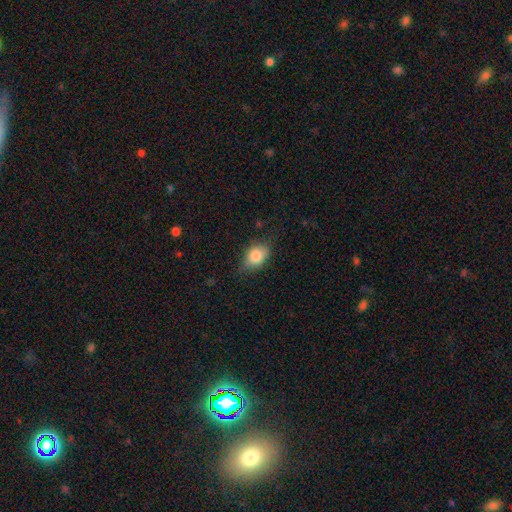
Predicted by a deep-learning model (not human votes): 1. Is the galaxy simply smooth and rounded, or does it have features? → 80% smooth, 12% featured or disk, 8% star or artifact.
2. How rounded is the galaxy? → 70% in between, 28% round, 2% cigar-shaped.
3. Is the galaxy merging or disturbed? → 67% none, 26% minor disturbance, 6% major disturbance, 1% merger.